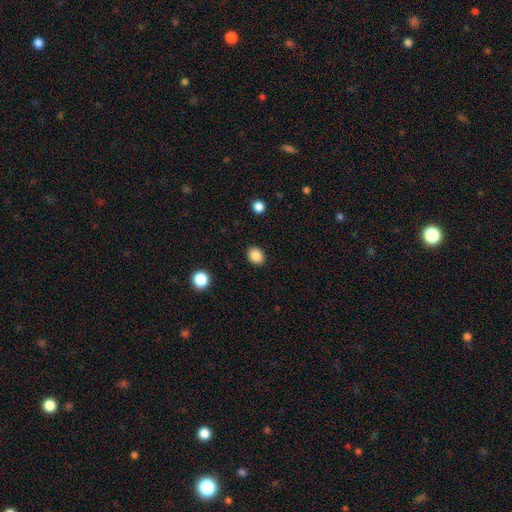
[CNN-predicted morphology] type=smooth (87%); roundness=round (53%); merging=none (89%).